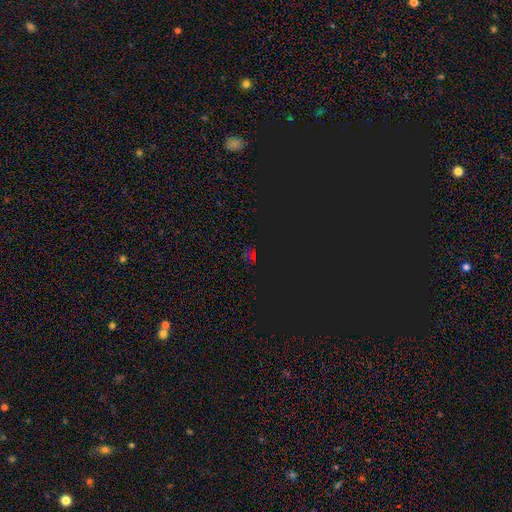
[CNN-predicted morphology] Smooth or featured: star or artifact — 80% (smooth — 14%)